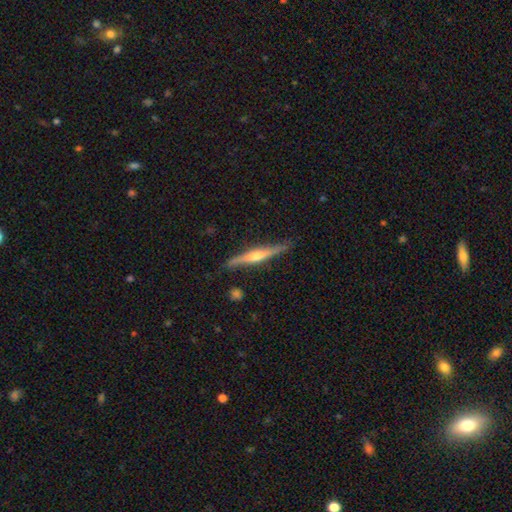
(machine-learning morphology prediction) Smooth or featured? Predicted: featured or disk (p=0.74). Edge-on disk? Predicted: yes (p=0.97). Edge-on bulge? Predicted: rounded (p=0.84). Merging? Predicted: none (p=0.83).